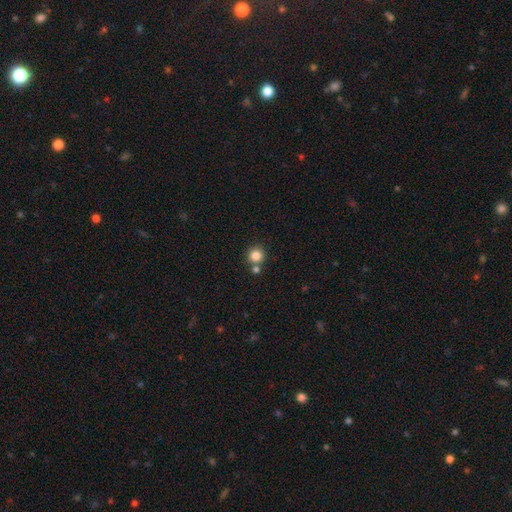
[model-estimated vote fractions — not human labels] Smooth or featured: smooth — 84% (star or artifact — 11%)
How rounded: round — 94% (in between — 5%)
Merging: none — 71% (merger — 19%)